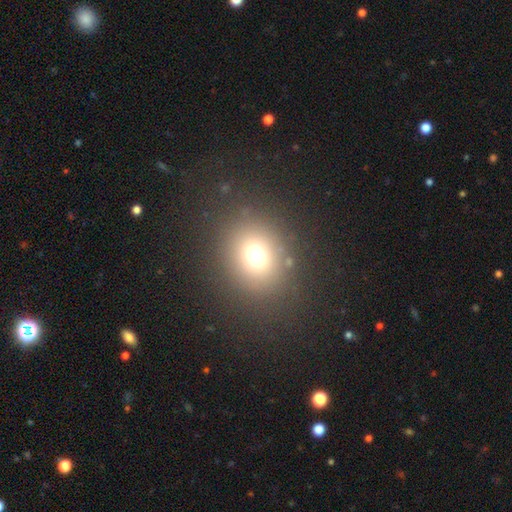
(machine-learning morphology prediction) A smooth galaxy with no disk features (71%) that is round (70%). Merging: none (84%).